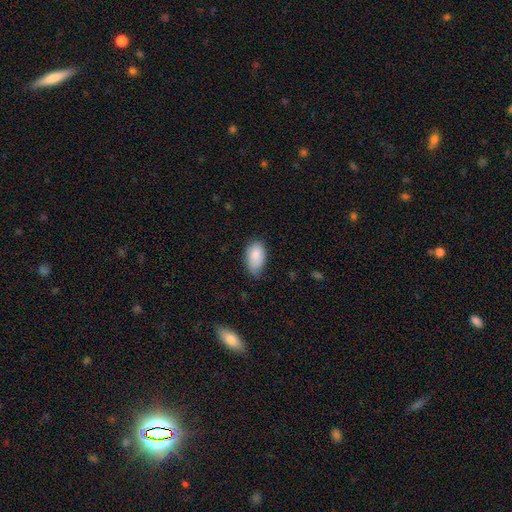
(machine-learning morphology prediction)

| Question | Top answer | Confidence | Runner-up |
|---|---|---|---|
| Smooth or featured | smooth | 85% | featured or disk (8%) |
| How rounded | in between | 92% | round (6%) |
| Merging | none | 58% | minor disturbance (35%) |